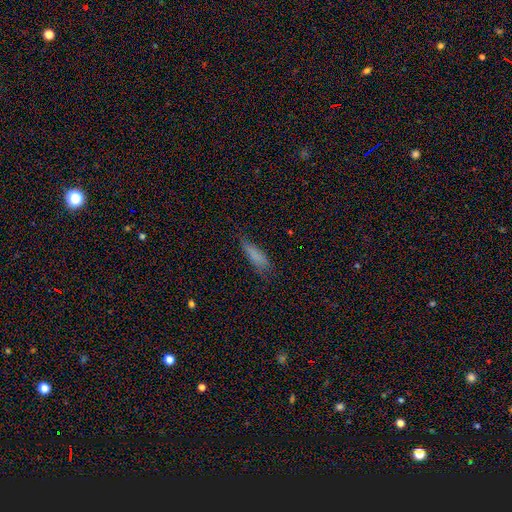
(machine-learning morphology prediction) The model was most divided on "how rounded": cigar-shaped: 62%, in between: 36%, round: 2%. More confident: smooth or featured — smooth (77%); merging — none (62%).